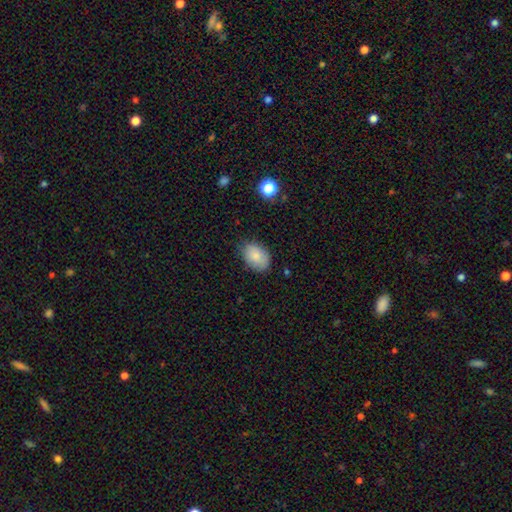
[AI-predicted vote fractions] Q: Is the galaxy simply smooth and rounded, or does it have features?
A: smooth — 83%.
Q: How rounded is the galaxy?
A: in between — 82%.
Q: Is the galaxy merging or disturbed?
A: none — 79%.